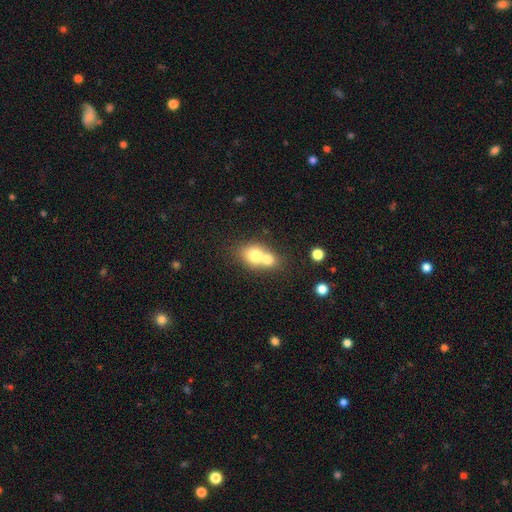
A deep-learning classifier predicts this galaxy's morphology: A smooth galaxy with no disk features (71%) that is round (53%). Merging: merger (67%).